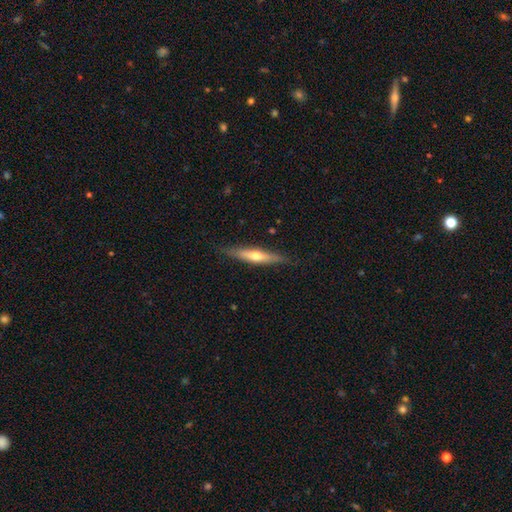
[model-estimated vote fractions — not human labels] featured or disk 51%, smooth 43%, star or artifact 6%. Down the decision tree: edge-on disk — yes (91%); merging — none (85%).